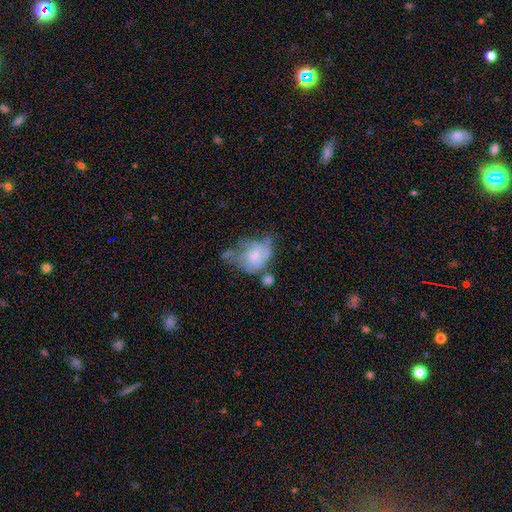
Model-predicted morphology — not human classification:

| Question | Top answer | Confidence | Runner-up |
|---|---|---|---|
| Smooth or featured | featured or disk | 63% | smooth (29%) |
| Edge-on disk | no | 97% | yes (3%) |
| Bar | no | 70% | weak (26%) |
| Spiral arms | yes | 69% | no (31%) |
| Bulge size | small | 54% | moderate (35%) |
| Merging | major disturbance | 32% | none (27%) |